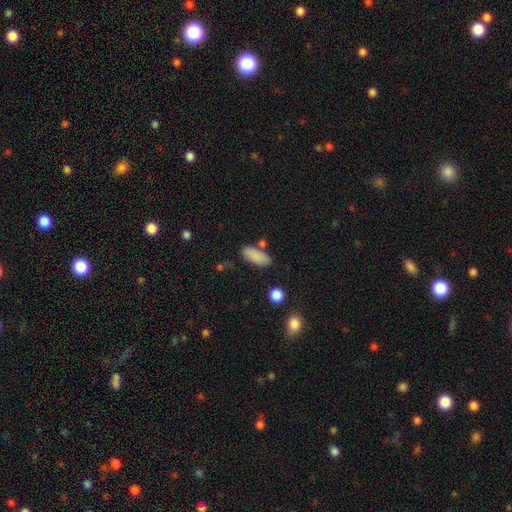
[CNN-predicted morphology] smooth 86%, star or artifact 8%, featured or disk 6%. Down the decision tree: how rounded — in between (80%); merging — none (73%).